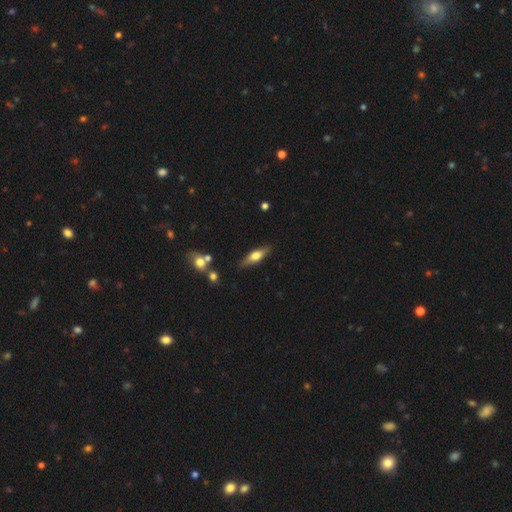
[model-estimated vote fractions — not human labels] Smooth or featured?
  - featured or disk: 47% * (tied)
  - smooth: 47% * (tied)
  - star or artifact: 6%
Merging?
  - none: 83% *
  - minor disturbance: 11%
  - merger: 3%
  - major disturbance: 3%